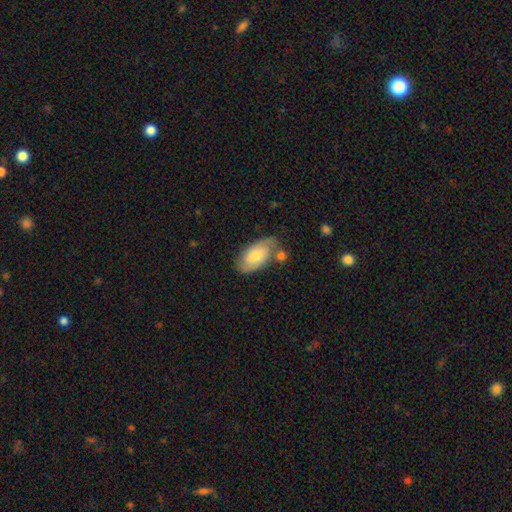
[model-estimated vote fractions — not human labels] smooth-or-featured: smooth: 52% | featured or disk: 42% | star or artifact: 6%
  how-rounded: in between: 92% | round: 4% | cigar-shaped: 4%
  merging: none: 60% | minor disturbance: 19% | merger: 14% | major disturbance: 6%